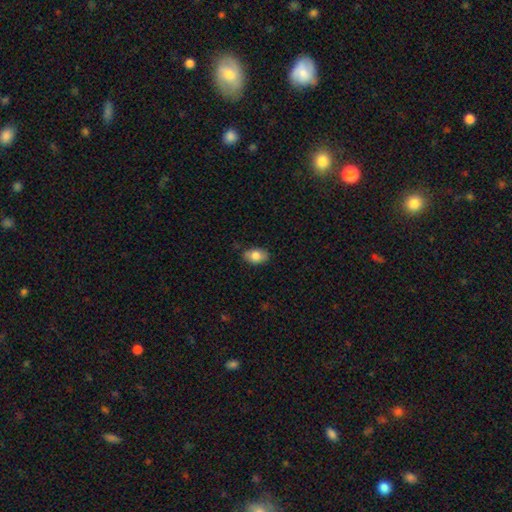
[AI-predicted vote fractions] smooth 81%, featured or disk 11%, star or artifact 8%. Down the decision tree: how rounded — in between (86%); merging — none (77%).